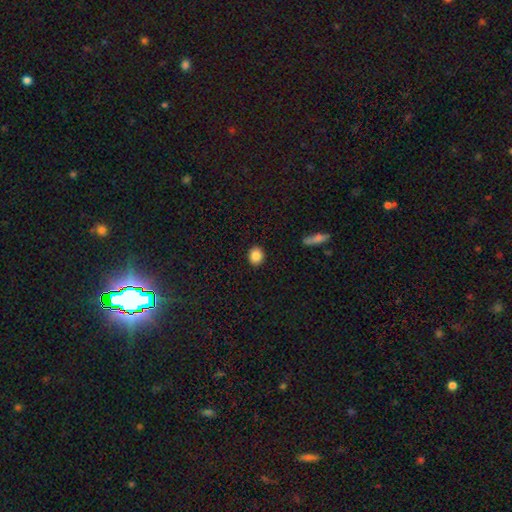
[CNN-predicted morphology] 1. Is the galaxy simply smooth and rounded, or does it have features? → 87% smooth, 9% star or artifact, 4% featured or disk.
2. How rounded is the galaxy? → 60% round, 39% in between, 1% cigar-shaped.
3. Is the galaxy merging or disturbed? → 90% none, 7% minor disturbance, 2% major disturbance, 1% merger.